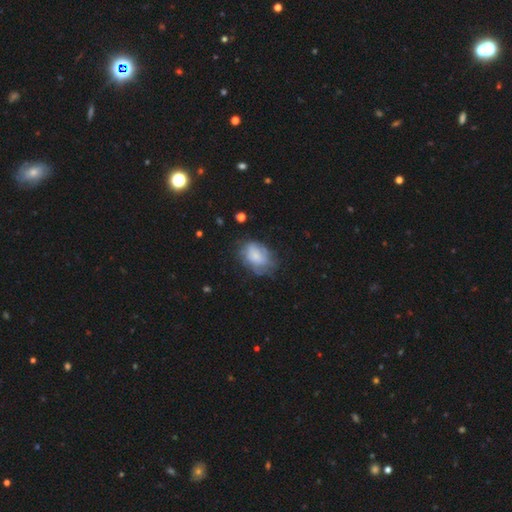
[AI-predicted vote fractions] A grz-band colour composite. It shows a smooth galaxy with no disk features (52%) that is in between round and cigar-shaped (71%). Merging: none (50%).